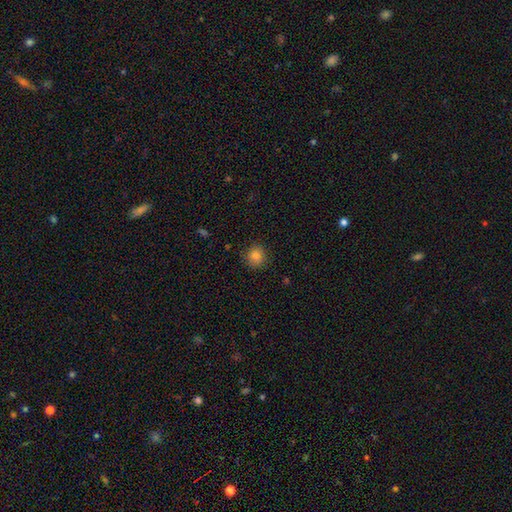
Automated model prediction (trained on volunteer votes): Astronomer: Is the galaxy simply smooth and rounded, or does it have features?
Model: smooth — 83%.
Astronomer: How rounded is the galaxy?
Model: round — 88%.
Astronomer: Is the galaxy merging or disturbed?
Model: none — 87%.